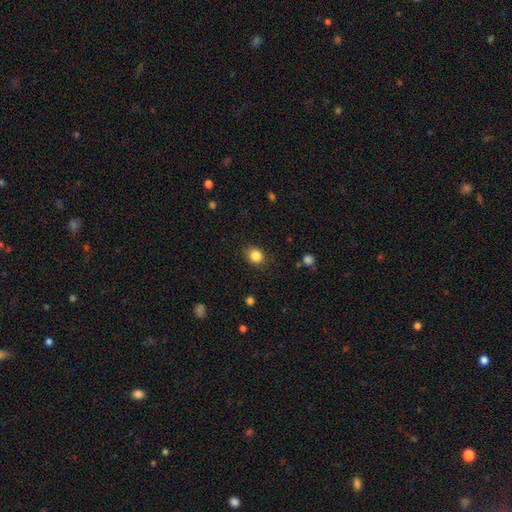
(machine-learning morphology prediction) Smooth or featured? smooth (85%)
How rounded? round (66%)
Merging? none (84%)